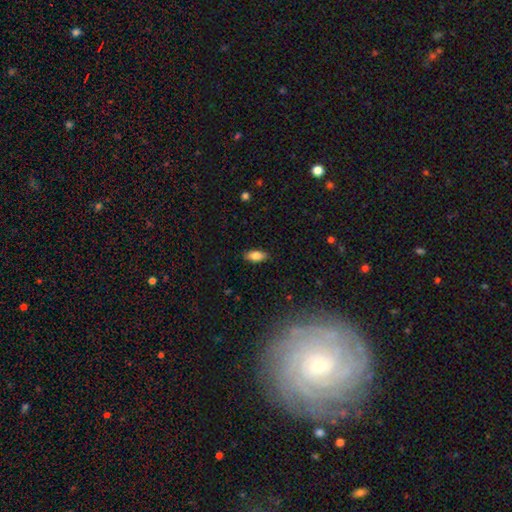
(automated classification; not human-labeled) smooth-or-featured: smooth: 83% | featured or disk: 9% | star or artifact: 8%
  how-rounded: in between: 88% | cigar-shaped: 9% | round: 3%
  merging: none: 88% | minor disturbance: 9% | major disturbance: 2% | merger: 1%